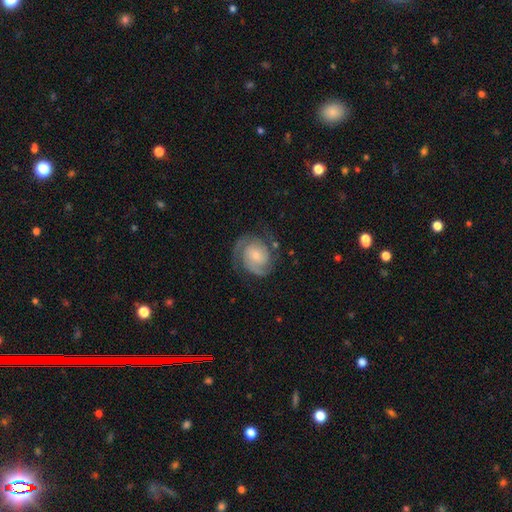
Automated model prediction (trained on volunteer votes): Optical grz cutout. It shows a featured or disk galaxy (82%) with no bar (64%), 2 (79%) tight (53%) spiral arms (96%) and a small central bulge (56%). Merging: none (70%).